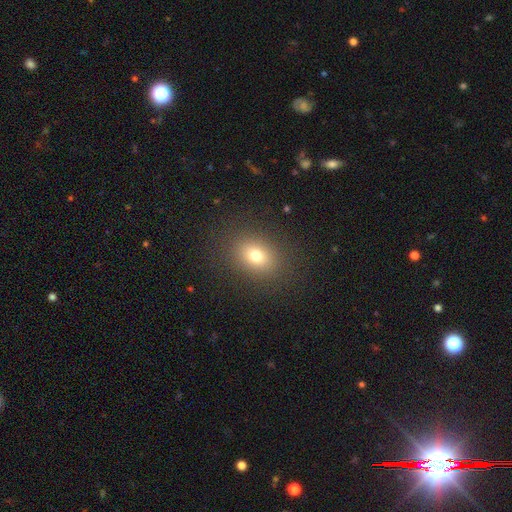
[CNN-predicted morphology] smooth 75%, star or artifact 15%, featured or disk 10%. Down the decision tree: how rounded — in between (57%); merging — none (86%).